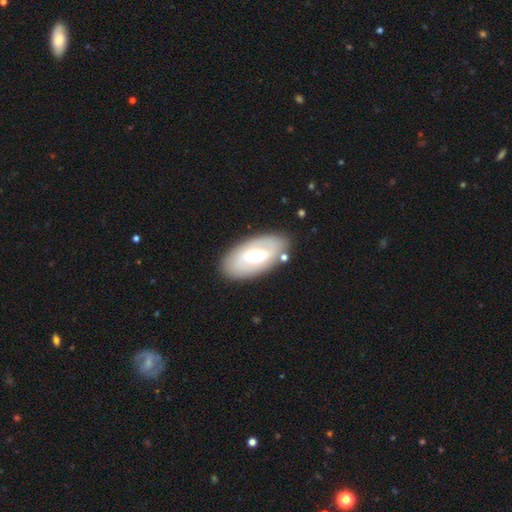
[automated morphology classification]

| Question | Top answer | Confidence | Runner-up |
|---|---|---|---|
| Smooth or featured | featured or disk | 56% | smooth (38%) |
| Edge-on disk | no | 88% | yes (12%) |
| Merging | none | 82% | minor disturbance (11%) |